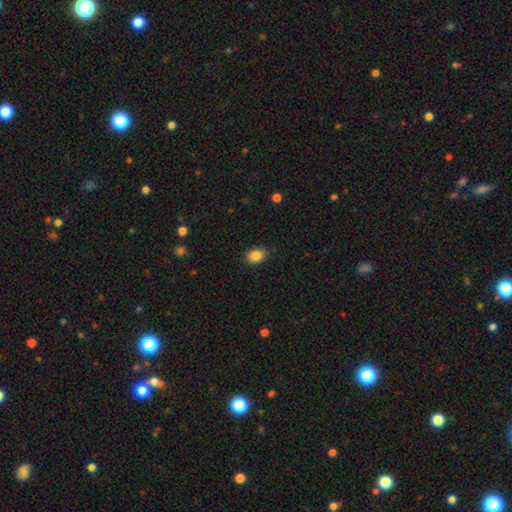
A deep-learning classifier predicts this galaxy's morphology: Smooth or featured?
  - smooth: 86% *
  - star or artifact: 9%
  - featured or disk: 5%
How rounded?
  - in between: 61% *
  - round: 38%
  - cigar-shaped: 1%
Merging?
  - none: 87% *
  - minor disturbance: 10%
  - major disturbance: 2%
  - merger: 1%